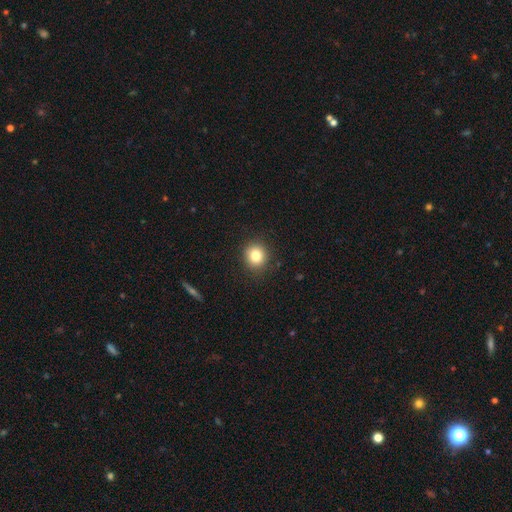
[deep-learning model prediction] Smooth or featured? Predicted: smooth (p=0.82). How rounded? Predicted: round (p=0.86). Merging? Predicted: none (p=0.89).